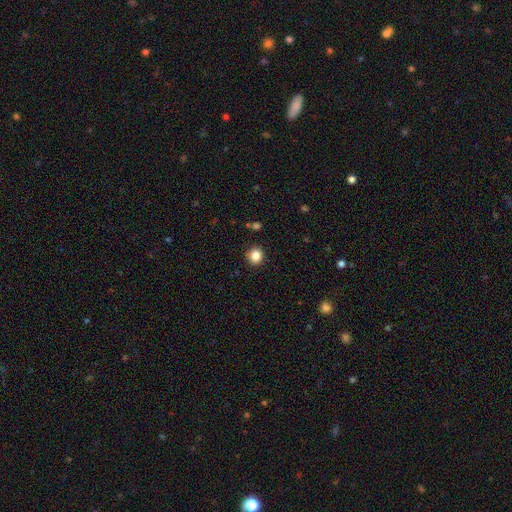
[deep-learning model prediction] Smooth or featured: smooth — 85% (star or artifact — 11%)
How rounded: round — 90% (in between — 9%)
Merging: none — 91% (minor disturbance — 6%)